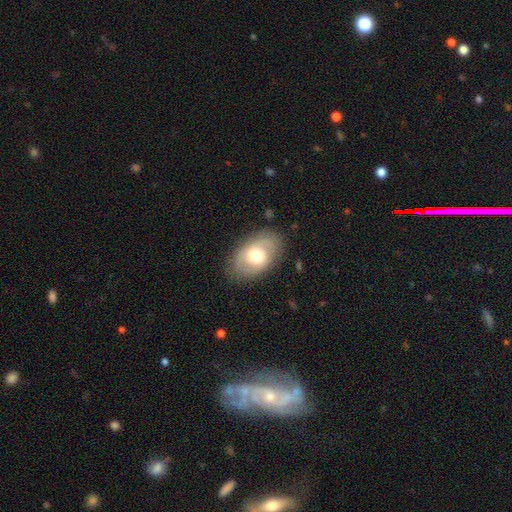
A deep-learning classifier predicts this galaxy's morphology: This appears to be a smooth galaxy with no disk features (57%) that is in between round and cigar-shaped (86%). Merging: none (80%).